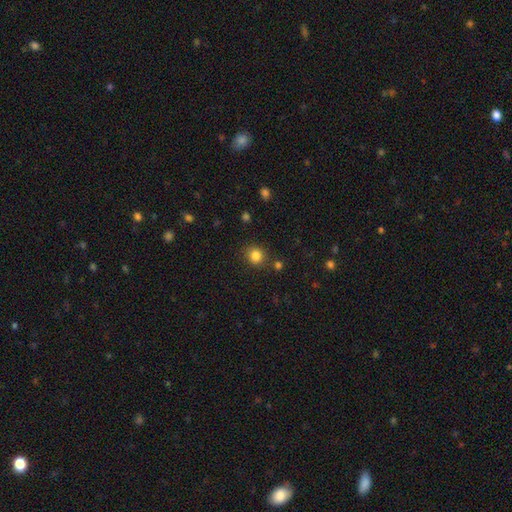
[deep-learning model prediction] The model was most divided on "how rounded": round: 82%, in between: 18%, cigar-shaped: 1%. More confident: smooth or featured — smooth (83%); merging — none (82%).